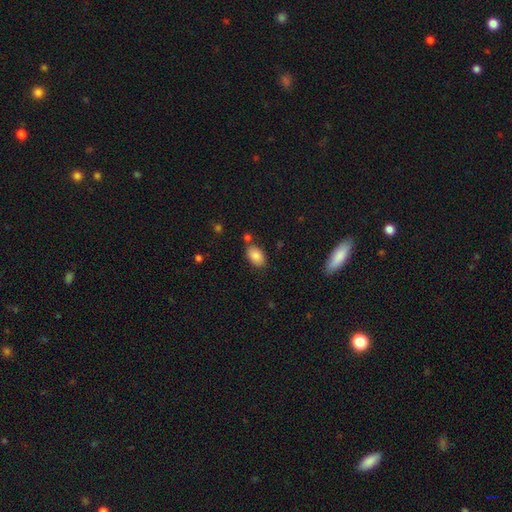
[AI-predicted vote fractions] The model was most divided on "merging": none: 76%, minor disturbance: 13%, merger: 8%, major disturbance: 3%. More confident: how rounded — in between (91%); smooth or featured — smooth (84%).